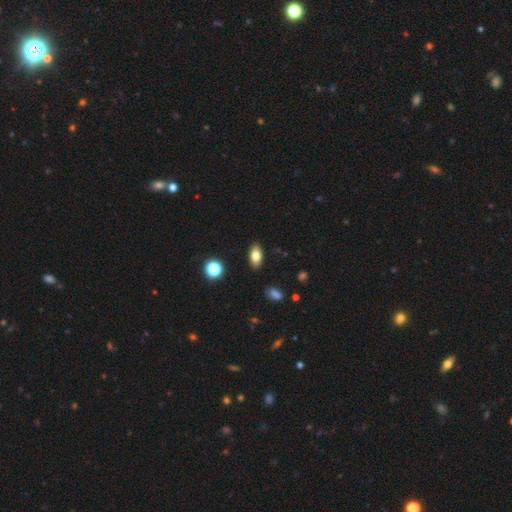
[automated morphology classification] Smooth or featured?
  - smooth: 79% *
  - featured or disk: 12%
  - star or artifact: 9%
How rounded?
  - in between: 88% *
  - round: 6%
  - cigar-shaped: 6%
Merging?
  - none: 88% *
  - minor disturbance: 9%
  - major disturbance: 2%
  - merger: 1%